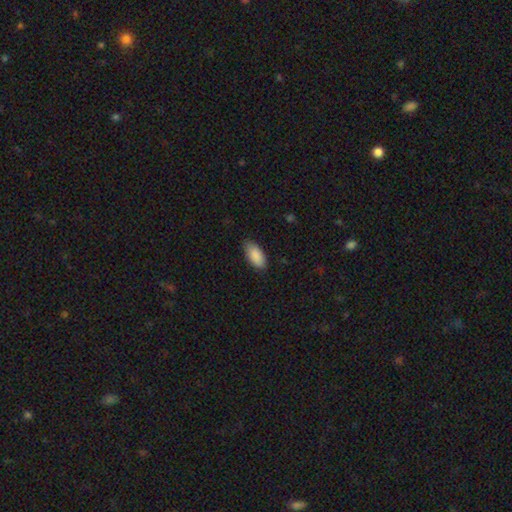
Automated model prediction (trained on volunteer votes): Smooth or featured? smooth (90%)
How rounded? in between (93%)
Merging? none (80%)